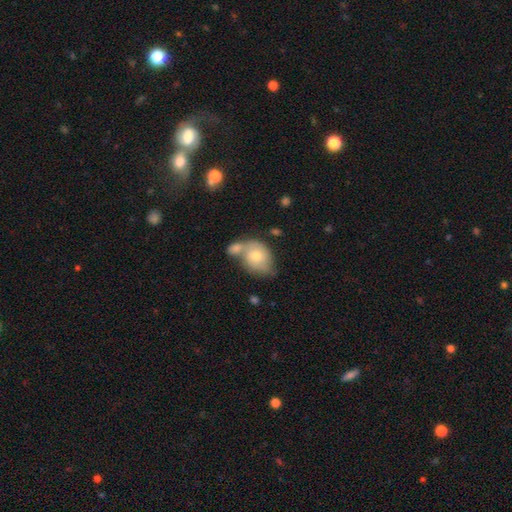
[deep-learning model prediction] smooth-or-featured: smooth: 67% | featured or disk: 26% | star or artifact: 7%
  how-rounded: in between: 56% | round: 43% | cigar-shaped: 1%
  merging: merger: 50% | none: 29% | minor disturbance: 15% | major disturbance: 7%